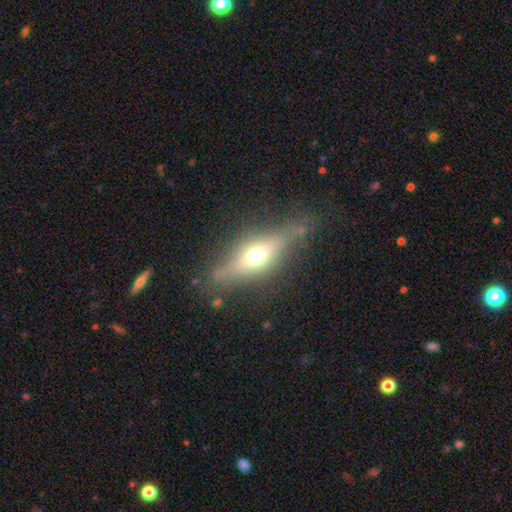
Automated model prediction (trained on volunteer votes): The model was most divided on "smooth or featured": featured or disk: 61%, smooth: 31%, star or artifact: 8%. More confident: edge-on bulge — rounded (93%); edge-on disk — yes (87%); merging — none (76%).